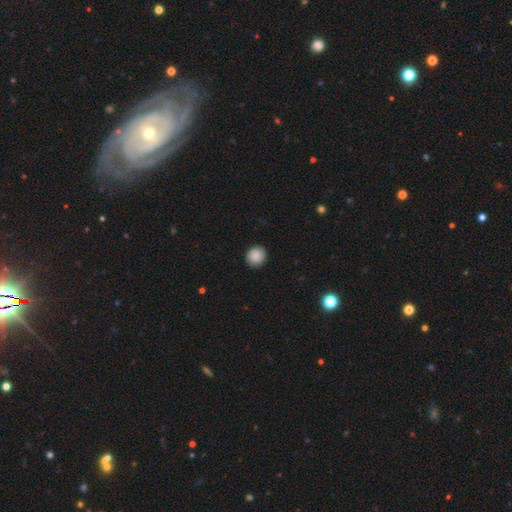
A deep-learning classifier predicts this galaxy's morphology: smooth_or_featured: smooth (p=0.89) [alt: star or artifact p=0.08]
how_rounded: round (p=0.92) [alt: in between p=0.07]
merging: none (p=0.91) [alt: minor disturbance p=0.07]